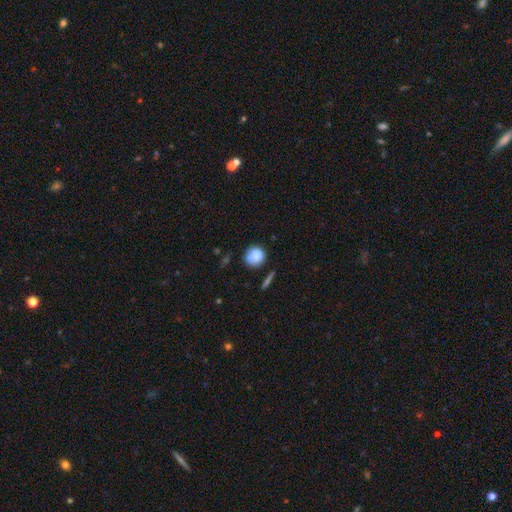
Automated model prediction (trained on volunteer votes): Smooth or featured: smooth — 84% (star or artifact — 9%)
How rounded: round — 88% (in between — 10%)
Merging: none — 69% (minor disturbance — 21%)